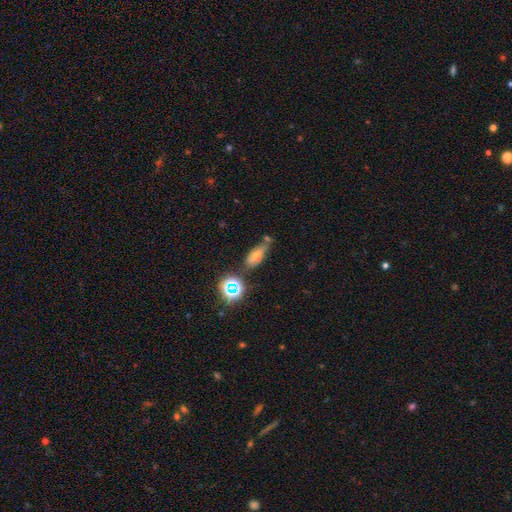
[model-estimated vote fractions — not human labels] Overall: smooth (48%; star or artifact 30%). Merging: none (59%; minor disturbance 22%).